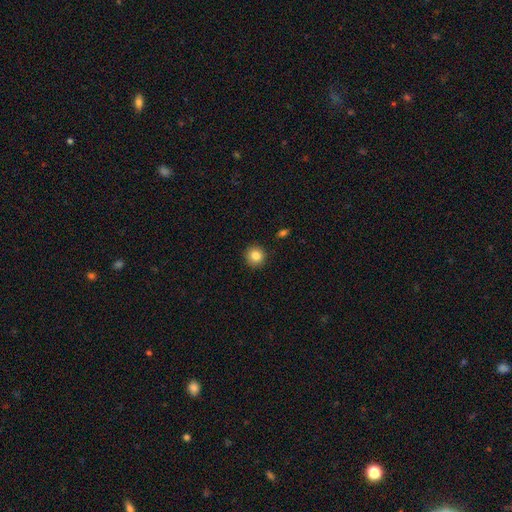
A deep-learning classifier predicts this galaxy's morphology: Overall: smooth (84%). How rounded: round (93%). Merging: none (92%).